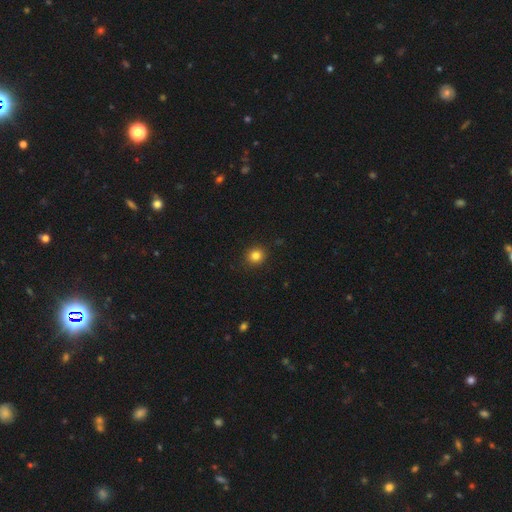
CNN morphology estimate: Smooth or featured? smooth (84%)
How rounded? round (87%)
Merging? none (91%)